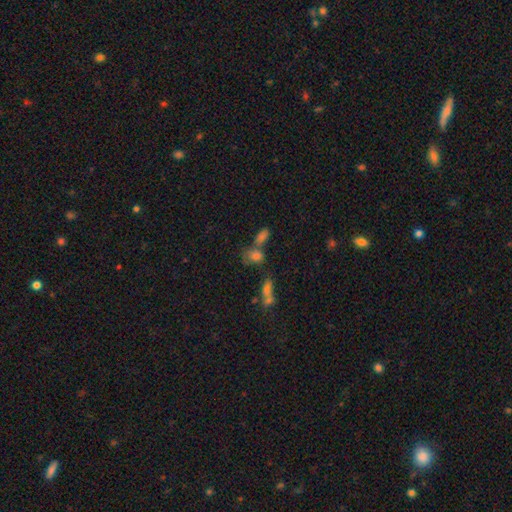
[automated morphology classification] This is likely a smooth galaxy (73%). How rounded: likely in between (69%). Merging: marginally merger (41%).